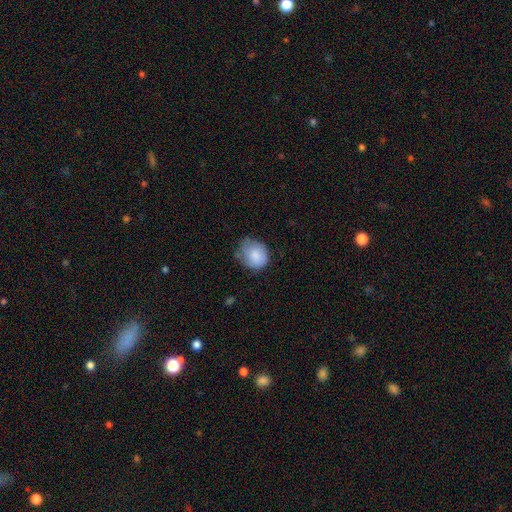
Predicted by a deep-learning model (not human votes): A smooth galaxy with no disk features (80%) that is round (65%).

Vote fractions:
- Smooth or featured? smooth: 80% / featured or disk: 13% / star or artifact: 7%
- How rounded? round: 65% / in between: 34% / cigar-shaped: 1%
- Merging? none: 45% / minor disturbance: 40% / major disturbance: 13% / merger: 2%